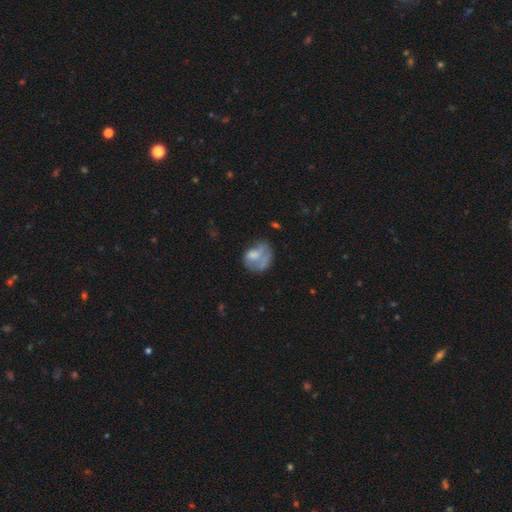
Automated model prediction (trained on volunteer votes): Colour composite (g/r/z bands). It shows a smooth galaxy with no disk features (53%) that is round (51%). Merging: none (35%).